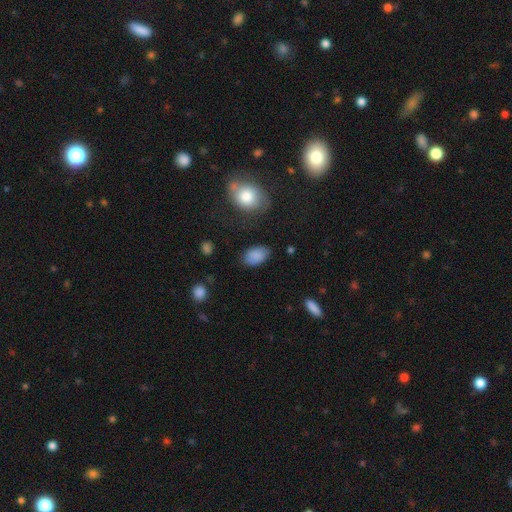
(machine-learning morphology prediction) smooth-or-featured: smooth: 85% | star or artifact: 8% | featured or disk: 7%
  how-rounded: in between: 92% | round: 7% | cigar-shaped: 1%
  merging: none: 80% | minor disturbance: 14% | major disturbance: 4% | merger: 2%